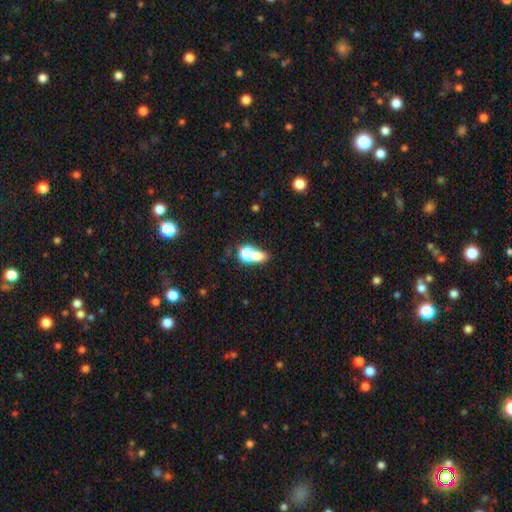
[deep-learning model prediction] This is likely a smooth galaxy (61%). How rounded: possibly in between (50%). Merging: marginally merger (43%).